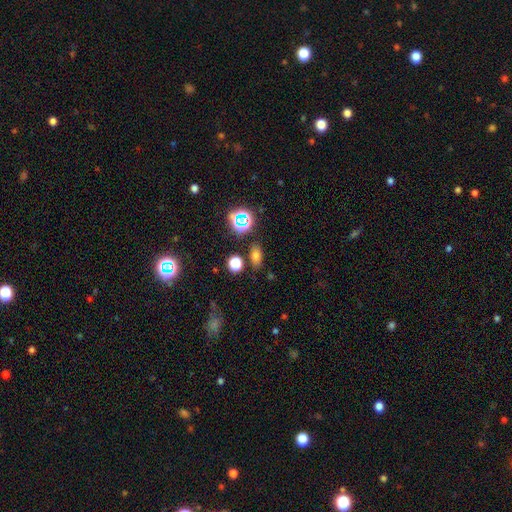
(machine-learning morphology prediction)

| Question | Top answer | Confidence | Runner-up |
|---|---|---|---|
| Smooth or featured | smooth | 68% | star or artifact (23%) |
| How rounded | in between | 80% | round (15%) |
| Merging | none | 81% | minor disturbance (11%) |